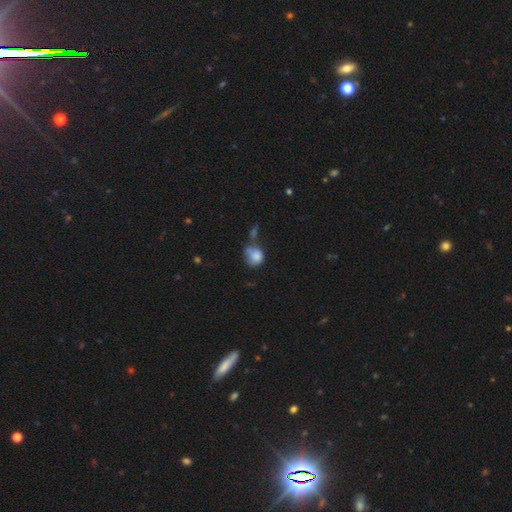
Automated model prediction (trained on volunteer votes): smooth_or_featured: smooth (p=0.79) [alt: featured or disk p=0.12]
how_rounded: round (p=0.64) [alt: in between p=0.35]
merging: none (p=0.33) [alt: merger p=0.25]